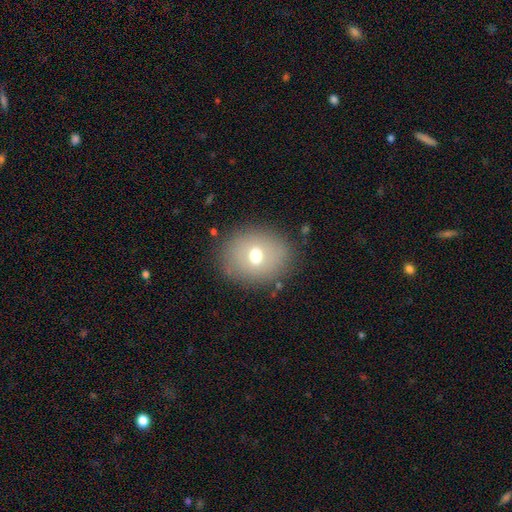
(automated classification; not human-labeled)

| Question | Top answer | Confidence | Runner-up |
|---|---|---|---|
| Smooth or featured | smooth | 66% | featured or disk (22%) |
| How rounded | round | 63% | in between (36%) |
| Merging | none | 84% | minor disturbance (9%) |